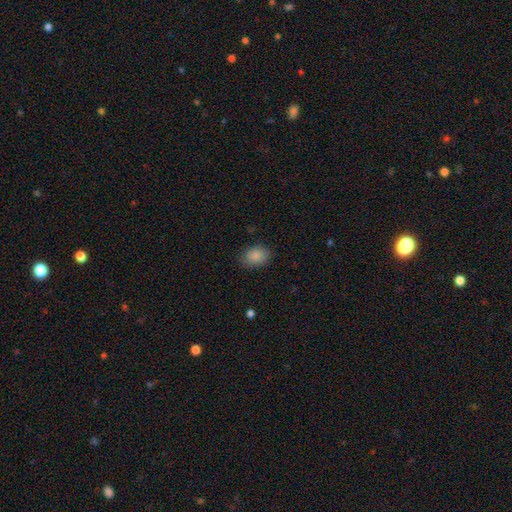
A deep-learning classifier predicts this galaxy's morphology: Smooth or featured?
  - smooth: 87% *
  - star or artifact: 8%
  - featured or disk: 5%
How rounded?
  - in between: 72% *
  - round: 27%
  - cigar-shaped: 1%
Merging?
  - none: 83% *
  - minor disturbance: 13%
  - major disturbance: 3%
  - merger: 1%